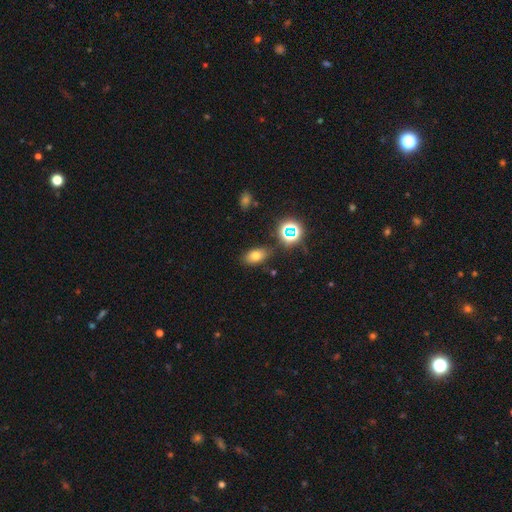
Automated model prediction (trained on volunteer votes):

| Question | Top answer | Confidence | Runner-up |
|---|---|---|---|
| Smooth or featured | smooth | 68% | star or artifact (21%) |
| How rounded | in between | 84% | round (13%) |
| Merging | none | 79% | minor disturbance (13%) |